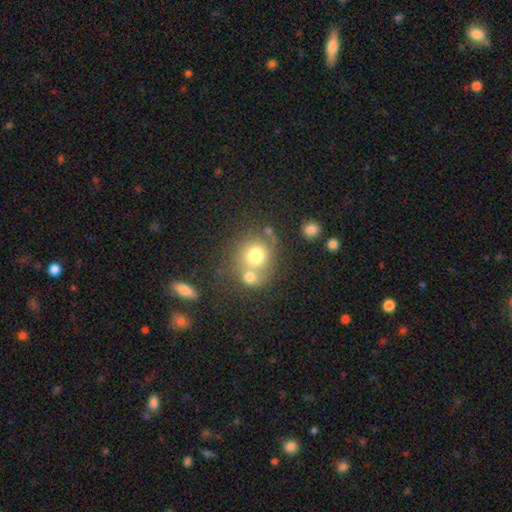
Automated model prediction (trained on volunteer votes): A smooth galaxy with no disk features (72%) that is round (80%).

Vote fractions:
- Smooth or featured? smooth: 72% / featured or disk: 17% / star or artifact: 12%
- How rounded? round: 80% / in between: 19% / cigar-shaped: 1%
- Merging? merger: 45% / none: 40% / minor disturbance: 10% / major disturbance: 5%